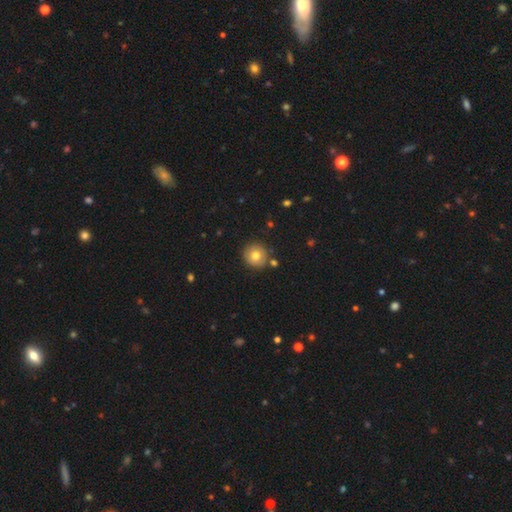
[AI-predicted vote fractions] smooth 76%, featured or disk 13%, star or artifact 11%. Down the decision tree: how rounded — round (92%); merging — none (85%).